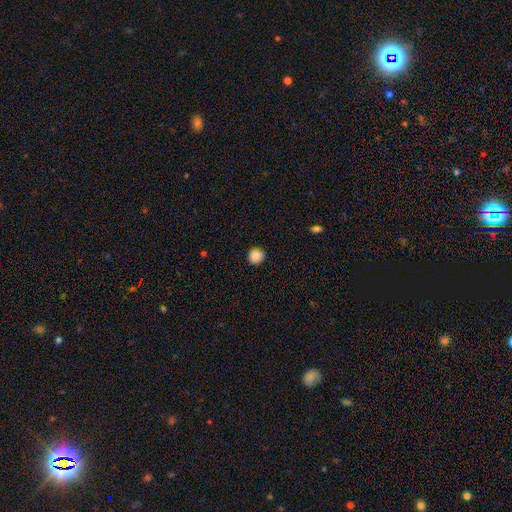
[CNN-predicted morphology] Smooth or featured? smooth (87%)
How rounded? round (92%)
Merging? none (90%)